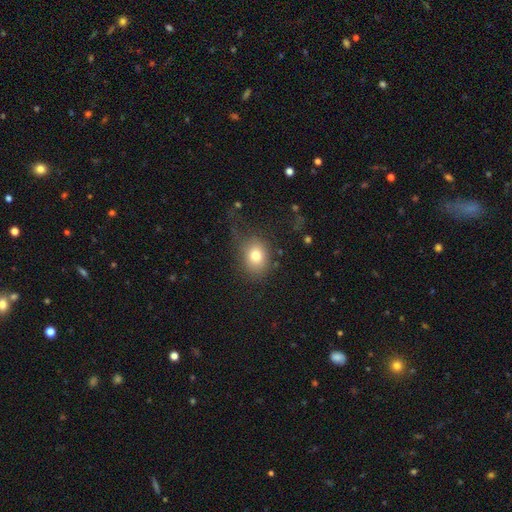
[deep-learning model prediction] This is likely a smooth galaxy (78%). How rounded: possibly in between (51%). Merging: likely none (62%).